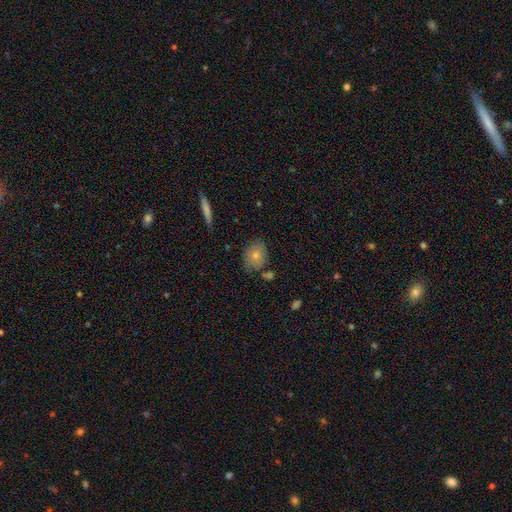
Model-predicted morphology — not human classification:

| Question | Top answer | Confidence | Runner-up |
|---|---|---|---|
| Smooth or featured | smooth | 76% | featured or disk (16%) |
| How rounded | in between | 58% | round (41%) |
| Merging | none | 69% | minor disturbance (19%) |